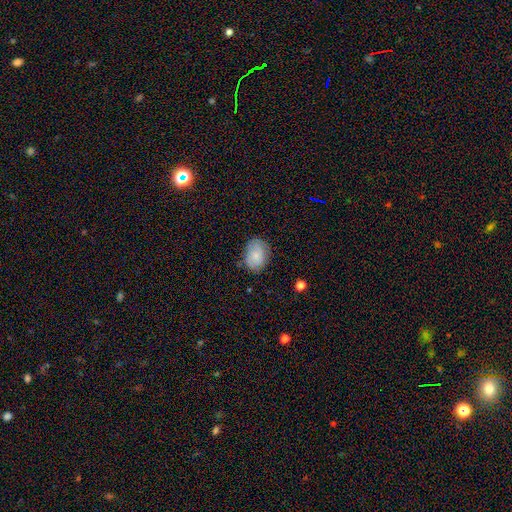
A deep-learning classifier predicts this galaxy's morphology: Overall: smooth (73%). How rounded: in between (74%). Merging: none (73%).